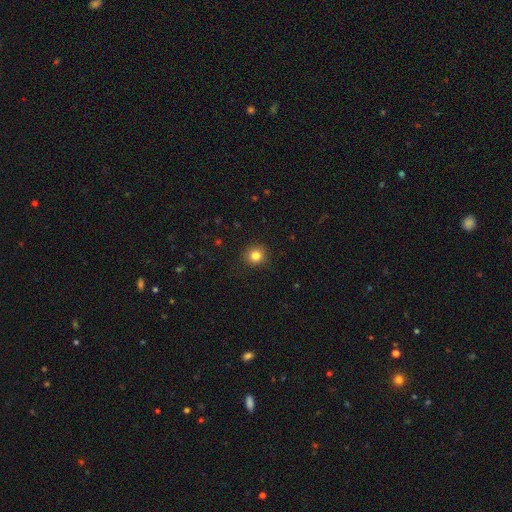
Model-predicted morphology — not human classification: smooth 83%, star or artifact 12%, featured or disk 5%. Down the decision tree: how rounded — round (90%); merging — none (90%).